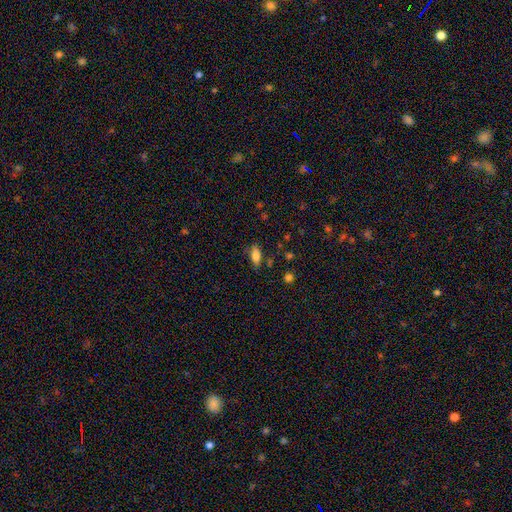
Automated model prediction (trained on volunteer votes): Smooth or featured?
  - smooth: 77% *
  - featured or disk: 14%
  - star or artifact: 9%
How rounded?
  - in between: 82% *
  - cigar-shaped: 14%
  - round: 4%
Merging?
  - none: 75% *
  - minor disturbance: 18%
  - major disturbance: 5%
  - merger: 3%